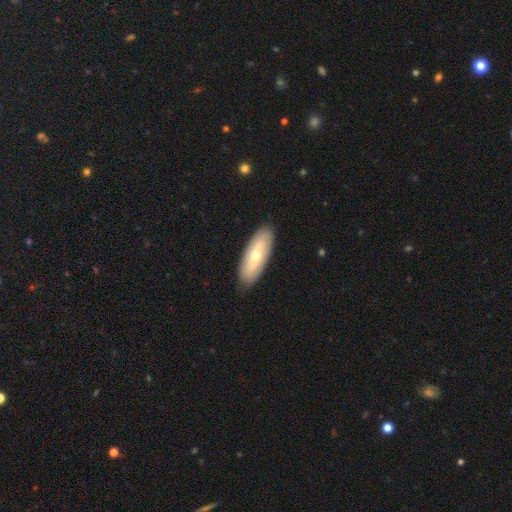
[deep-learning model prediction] smooth-or-featured: smooth: 58% | featured or disk: 37% | star or artifact: 5%
  how-rounded: in between: 70% | cigar-shaped: 27% | round: 2%
  merging: none: 89% | minor disturbance: 9% | major disturbance: 2% | merger: 1%